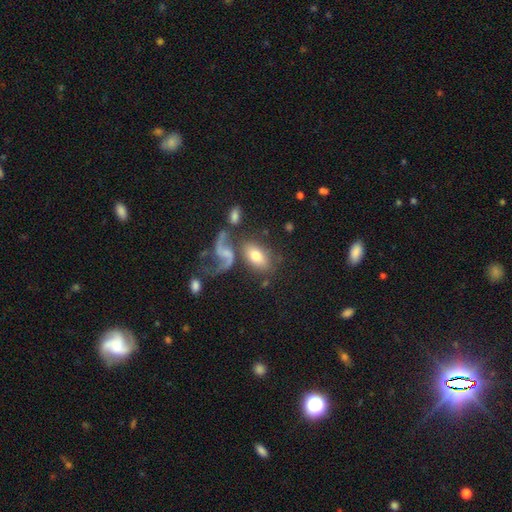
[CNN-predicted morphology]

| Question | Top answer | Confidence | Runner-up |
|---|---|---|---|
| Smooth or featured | smooth | 62% | featured or disk (30%) |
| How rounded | in between | 89% | round (8%) |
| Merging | none | 49% | merger (24%) |